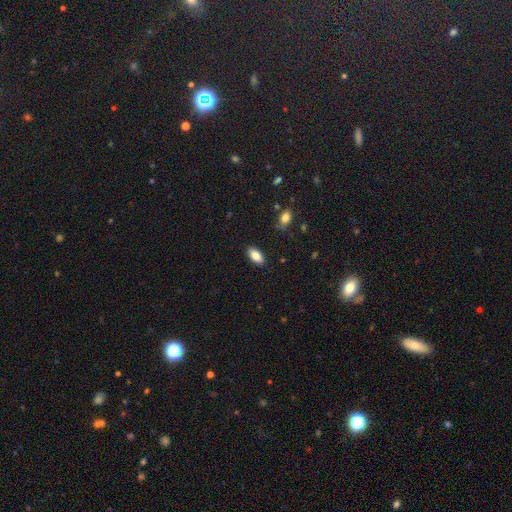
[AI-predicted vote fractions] Smooth or featured?
  - smooth: 84% *
  - featured or disk: 9%
  - star or artifact: 7%
How rounded?
  - in between: 90% *
  - cigar-shaped: 8%
  - round: 3%
Merging?
  - none: 88% *
  - minor disturbance: 9%
  - major disturbance: 2%
  - merger: 1%